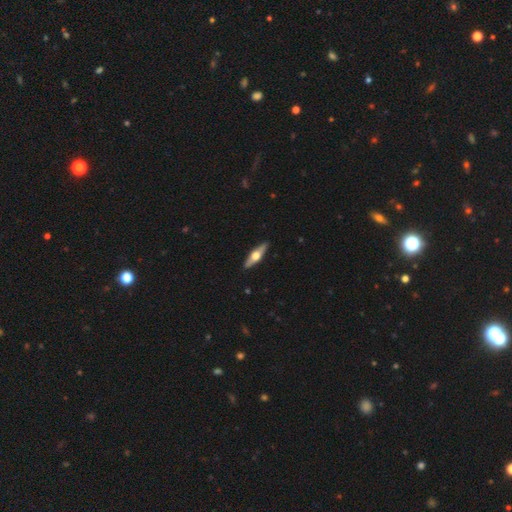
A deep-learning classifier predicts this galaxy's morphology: smooth-or-featured: featured or disk: 66% | smooth: 29% | star or artifact: 5%
  disk-edge-on: yes: 94% | no: 6%
    edge-on-bulge: rounded: 95% | boxy: 3% | none: 2%
  merging: none: 91% | minor disturbance: 7% | major disturbance: 1% | merger: 1%